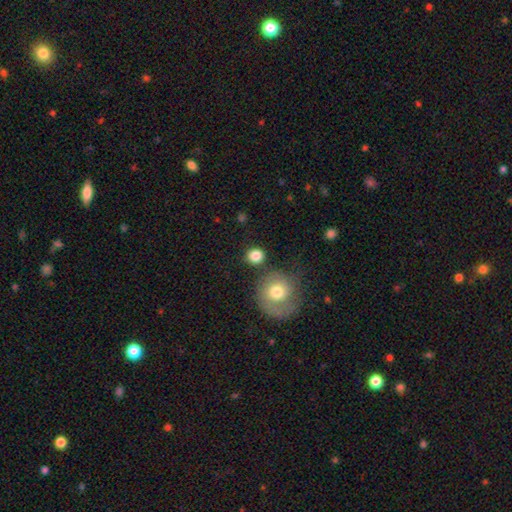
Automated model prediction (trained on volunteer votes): Smooth or featured? Predicted: smooth (p=0.84). How rounded? Predicted: round (p=0.90). Merging? Predicted: none (p=0.77).